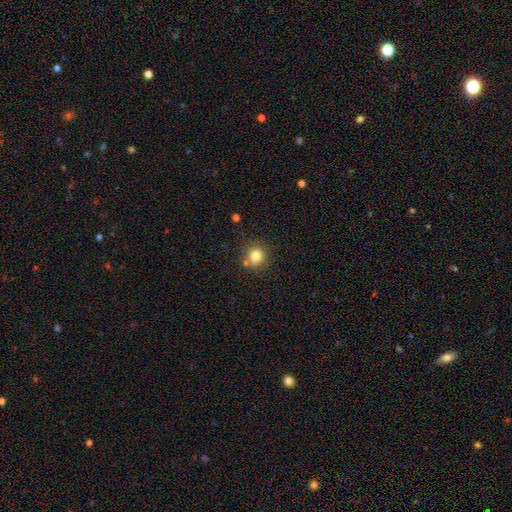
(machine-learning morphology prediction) A smooth galaxy with no disk features (79%) that is round (88%).

Vote fractions:
- Smooth or featured? smooth: 79% / star or artifact: 13% / featured or disk: 9%
- How rounded? round: 88% / in between: 11% / cigar-shaped: 1%
- Merging? none: 76% / minor disturbance: 11% / merger: 10% / major disturbance: 3%